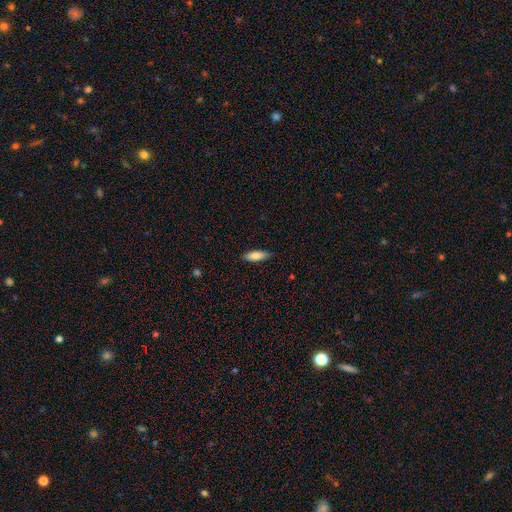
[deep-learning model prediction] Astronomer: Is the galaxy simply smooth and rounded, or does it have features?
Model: smooth — 82%.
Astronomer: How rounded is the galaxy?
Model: in between — 57% (runner-up: cigar-shaped, 42%).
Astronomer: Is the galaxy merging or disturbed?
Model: none — 86%.